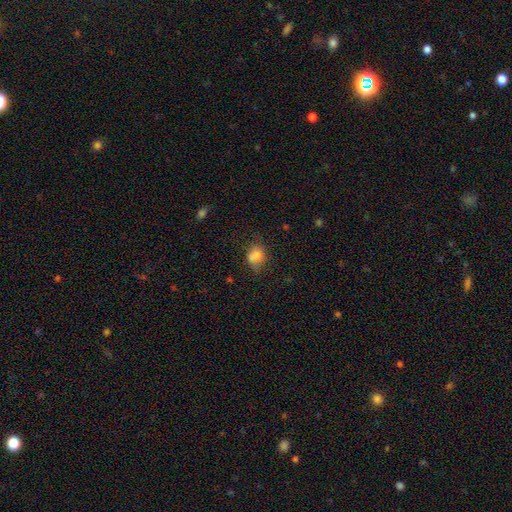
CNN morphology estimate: Smooth or featured?
  - smooth: 74% *
  - featured or disk: 14%
  - star or artifact: 12%
How rounded?
  - round: 52% *
  - in between: 46%
  - cigar-shaped: 1%
Merging?
  - none: 46% *
  - minor disturbance: 24%
  - merger: 20%
  - major disturbance: 10%